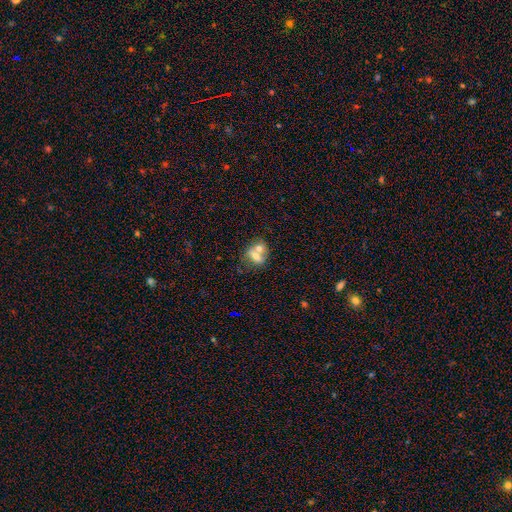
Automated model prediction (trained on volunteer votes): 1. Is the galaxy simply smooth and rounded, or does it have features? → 59% smooth, 31% featured or disk, 10% star or artifact.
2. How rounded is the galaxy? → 49% round, 47% in between, 4% cigar-shaped.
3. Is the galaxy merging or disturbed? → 56% merger, 31% none, 9% minor disturbance, 5% major disturbance.